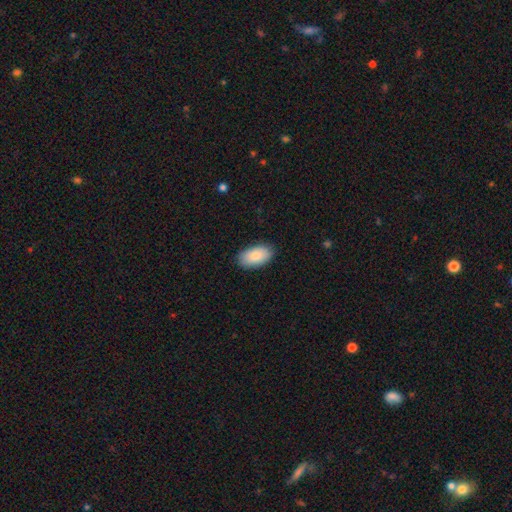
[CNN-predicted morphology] A smooth galaxy with no disk features (86%) that is in between round and cigar-shaped (95%). Merging: none (87%).